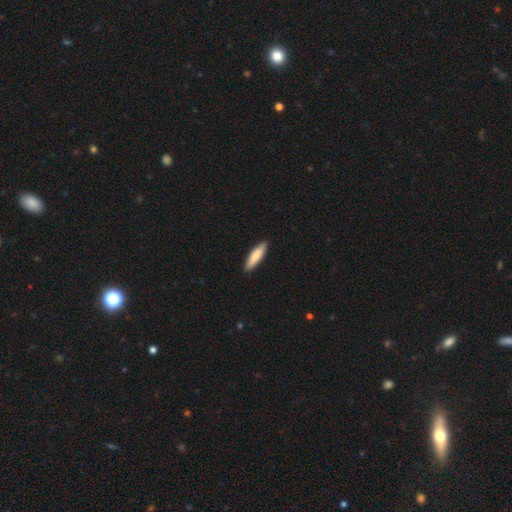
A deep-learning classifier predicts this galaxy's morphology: Smooth or featured: smooth — 82% (featured or disk — 13%)
How rounded: cigar-shaped — 71% (in between — 28%)
Merging: none — 89% (minor disturbance — 8%)